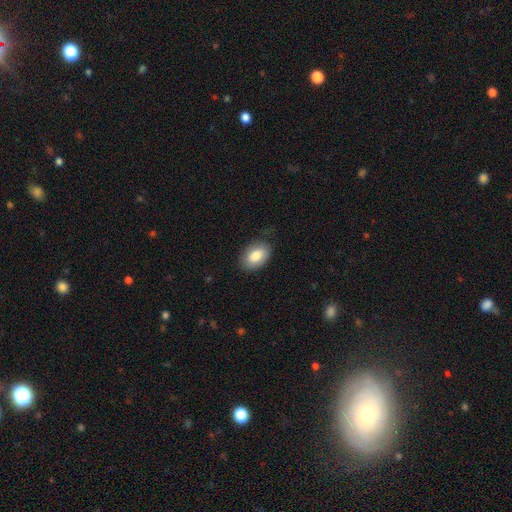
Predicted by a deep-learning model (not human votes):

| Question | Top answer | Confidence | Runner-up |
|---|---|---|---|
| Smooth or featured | smooth | 82% | featured or disk (11%) |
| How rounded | in between | 88% | round (10%) |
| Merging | none | 78% | minor disturbance (17%) |